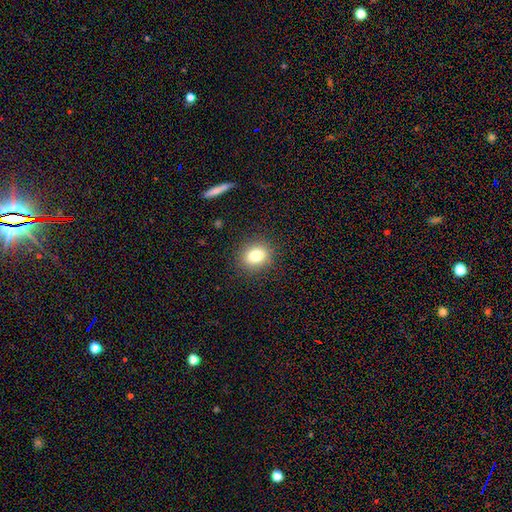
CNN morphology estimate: smooth_or_featured: smooth (p=0.80) [alt: star or artifact p=0.11]
how_rounded: round (p=0.67) [alt: in between p=0.32]
merging: none (p=0.88) [alt: minor disturbance p=0.08]